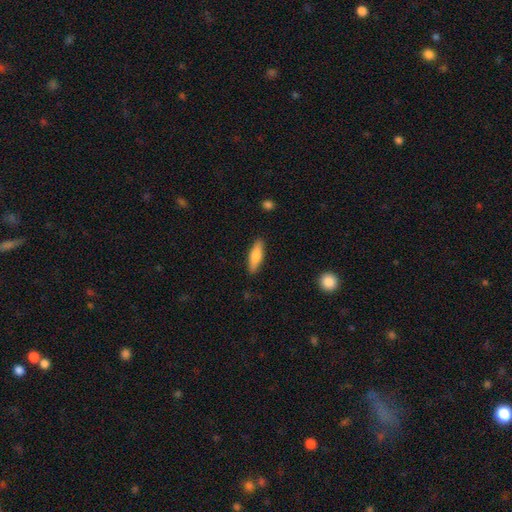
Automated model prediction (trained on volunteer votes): Smooth or featured? smooth (77%)
How rounded? cigar-shaped (50%)
Merging? none (87%)